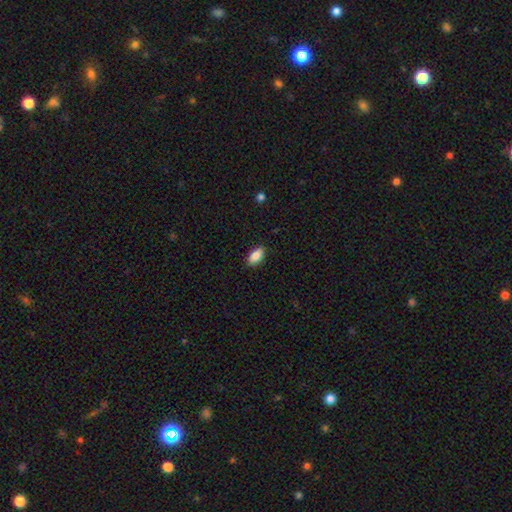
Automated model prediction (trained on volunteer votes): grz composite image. It shows a smooth galaxy with no disk features (87%) that is in between round and cigar-shaped (92%). Merging: none (88%).